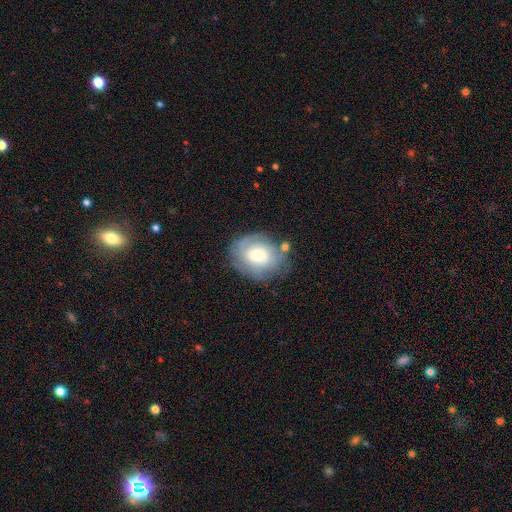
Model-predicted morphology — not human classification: smooth-or-featured: featured or disk: 51% | smooth: 41% | star or artifact: 8%
  disk-edge-on: no: 96% | yes: 4%
  merging: none: 64% | minor disturbance: 21% | major disturbance: 10% | merger: 6%